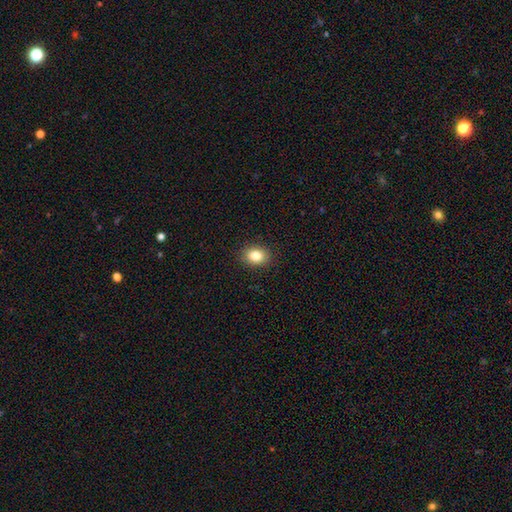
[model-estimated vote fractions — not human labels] This is clearly a smooth galaxy (83%). How rounded: possibly in between (59%). Merging: clearly none (90%).